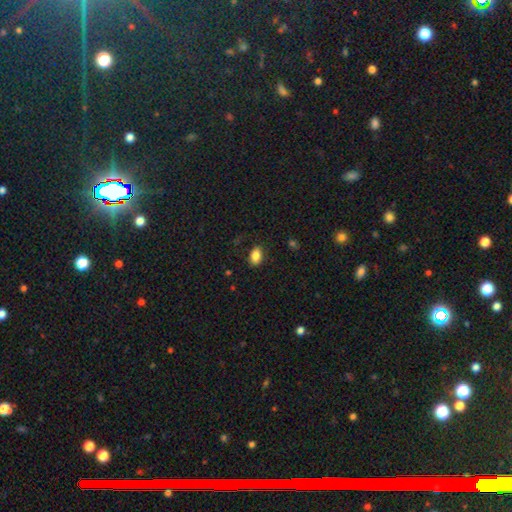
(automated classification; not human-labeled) smooth-or-featured: smooth: 86% | star or artifact: 9% | featured or disk: 5%
  how-rounded: in between: 89% | round: 8% | cigar-shaped: 3%
  merging: none: 83% | minor disturbance: 13% | major disturbance: 3% | merger: 1%